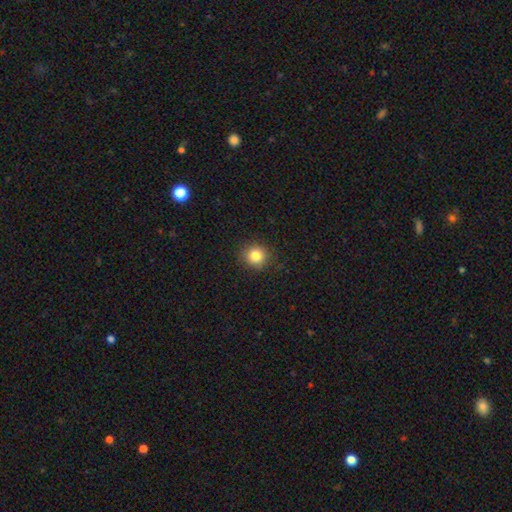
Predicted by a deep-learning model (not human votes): Morphology: type=smooth (84%); roundness=round (91%); merging=none (89%).